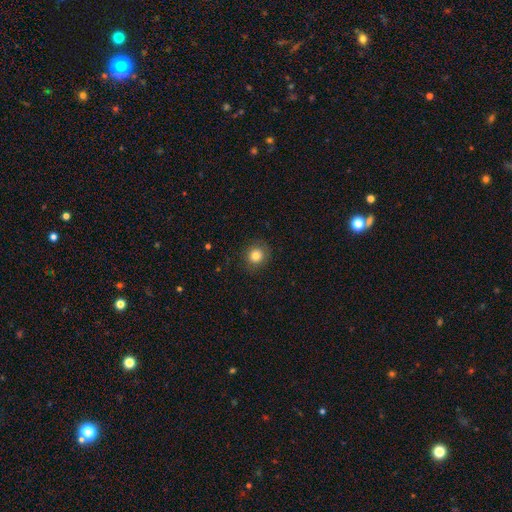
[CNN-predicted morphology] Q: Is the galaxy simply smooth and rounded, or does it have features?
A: smooth — 81%.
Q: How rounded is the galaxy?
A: round — 88%.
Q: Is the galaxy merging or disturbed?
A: none — 86%.